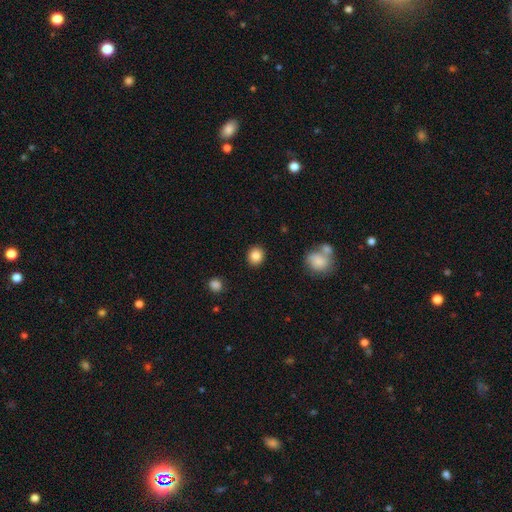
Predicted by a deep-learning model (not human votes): Smooth or featured: smooth — 86% (star or artifact — 9%)
How rounded: round — 80% (in between — 19%)
Merging: none — 90% (minor disturbance — 6%)